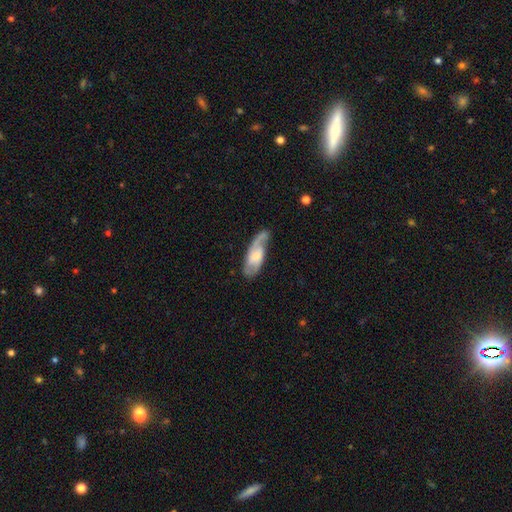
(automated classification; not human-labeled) Smooth or featured? Predicted: featured or disk (p=0.67). Edge-on disk? Predicted: no (p=0.89). Bar? Predicted: no (p=0.52). Spiral arms? Predicted: yes (p=0.91). Spiral winding? Predicted: medium (p=0.46). Spiral arm count? Predicted: 2 (p=0.67). Bulge size? Predicted: moderate (p=0.35, tied with small). Merging? Predicted: none (p=0.62).